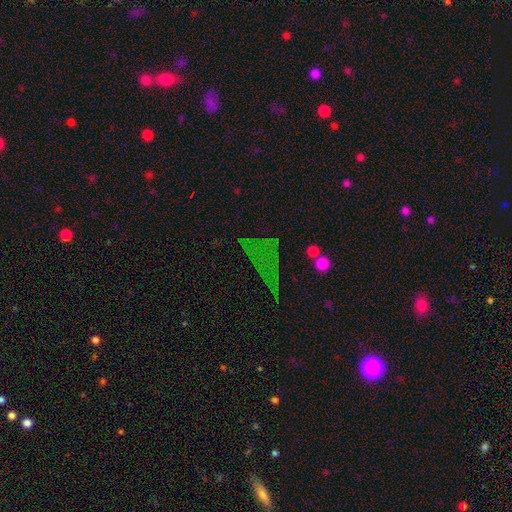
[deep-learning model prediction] The model was most divided on "smooth or featured": star or artifact: 58%, smooth: 25%, featured or disk: 16%.